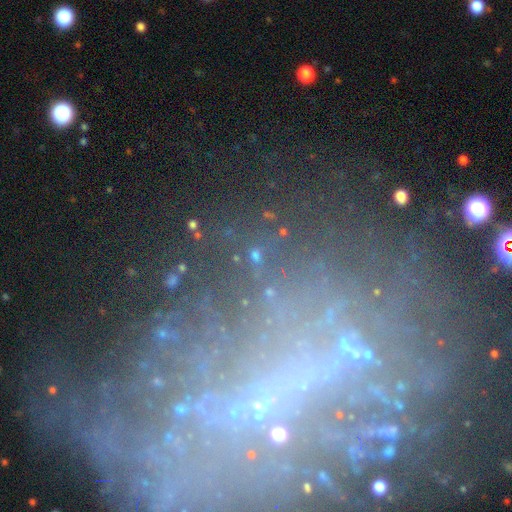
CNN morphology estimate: Smooth or featured? star or artifact (47%)